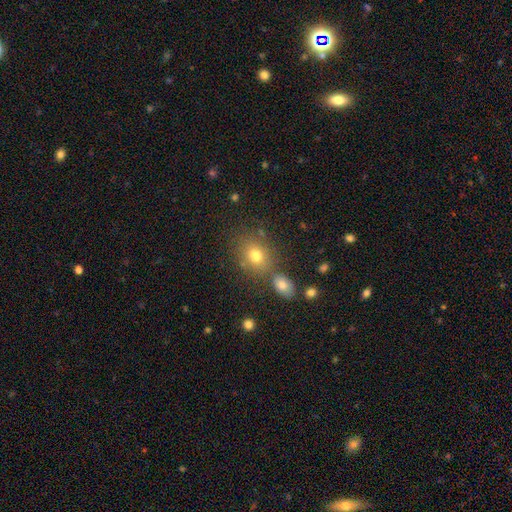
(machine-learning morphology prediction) smooth 75%, star or artifact 14%, featured or disk 11%. Down the decision tree: how rounded — round (53%); merging — none (66%).